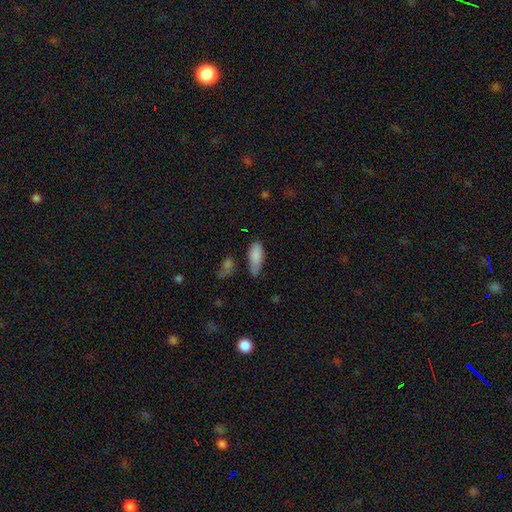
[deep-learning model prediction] A smooth galaxy with no disk features (85%) that is in between round and cigar-shaped (75%). Merging: none (56%).